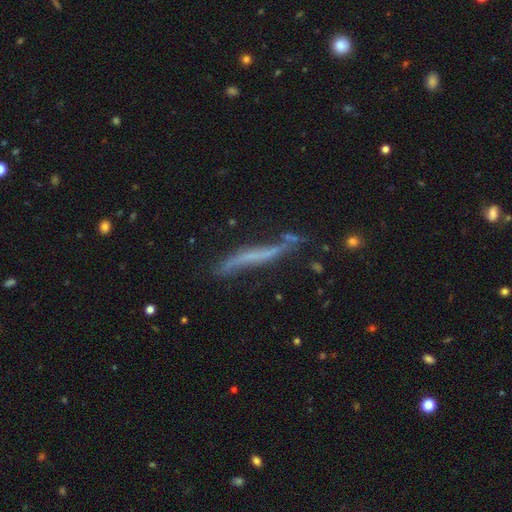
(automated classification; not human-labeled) A featured or disk galaxy (57%) viewed edge-on (78%). Merging: none (55%).